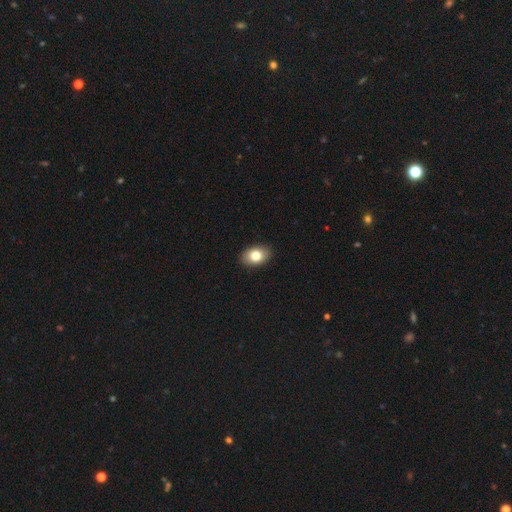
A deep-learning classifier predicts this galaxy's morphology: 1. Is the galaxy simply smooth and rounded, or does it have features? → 80% smooth, 12% featured or disk, 8% star or artifact.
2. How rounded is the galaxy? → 82% in between, 16% round, 1% cigar-shaped.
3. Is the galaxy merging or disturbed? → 90% none, 8% minor disturbance, 2% major disturbance, 1% merger.